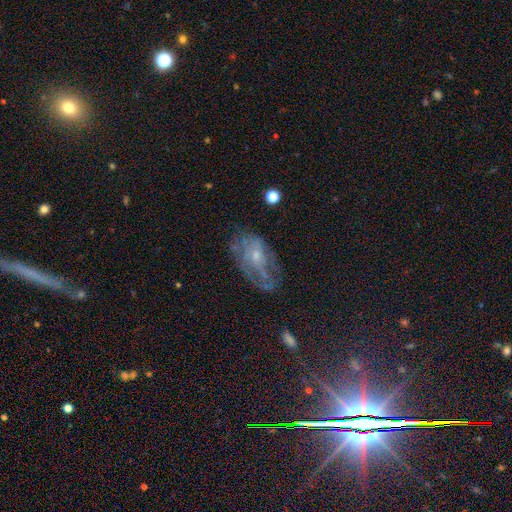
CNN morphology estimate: A featured or disk galaxy (62%) with no bar (73%), spiral arms (54%) and a small central bulge (63%). Merging: none (49%).